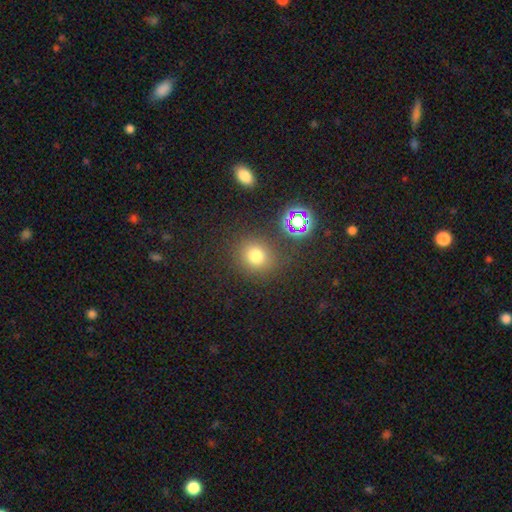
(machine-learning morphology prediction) smooth_or_featured: smooth (p=0.72) [alt: star or artifact p=0.21]
how_rounded: round (p=0.86) [alt: in between p=0.13]
merging: none (p=0.83) [alt: minor disturbance p=0.09]